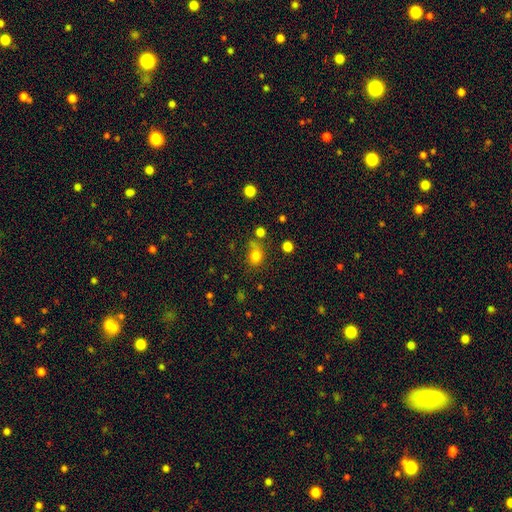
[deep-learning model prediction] The model was most divided on "how rounded": round: 62%, in between: 36%, cigar-shaped: 1%. More confident: smooth or featured — smooth (78%); merging — none (60%).